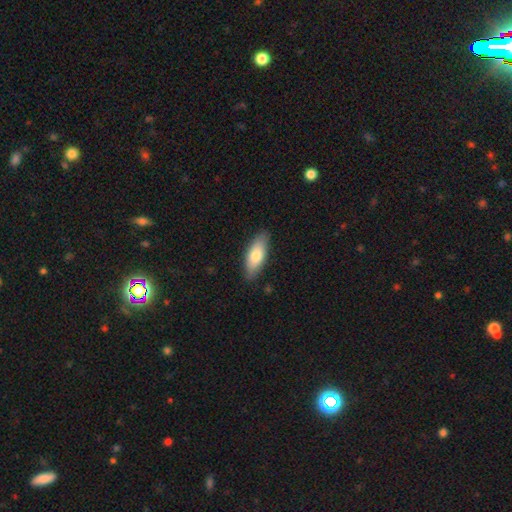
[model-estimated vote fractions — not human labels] Q: Smooth or featured?
A: smooth (73%); runner-up: featured or disk (21%)
Q: How rounded?
A: in between (75%); runner-up: cigar-shaped (22%)
Q: Merging?
A: none (85%); runner-up: minor disturbance (12%)